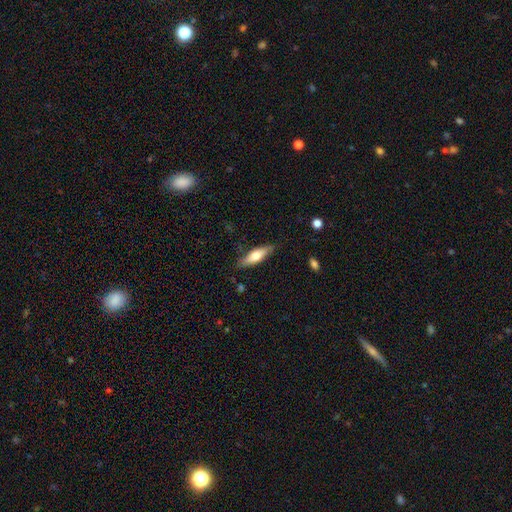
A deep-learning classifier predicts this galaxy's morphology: Overall: smooth (61%; featured or disk 33%). How rounded: cigar-shaped (56%; in between 42%). Merging: none (80%).